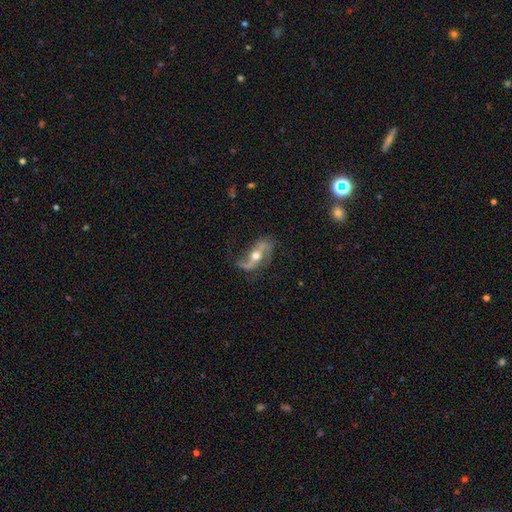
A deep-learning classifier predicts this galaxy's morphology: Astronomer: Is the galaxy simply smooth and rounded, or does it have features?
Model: featured or disk — 85%.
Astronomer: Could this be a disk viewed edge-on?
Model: no — 90%.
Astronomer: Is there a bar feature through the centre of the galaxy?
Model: strong — 38% (runner-up: no, 34%).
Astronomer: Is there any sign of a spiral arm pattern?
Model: yes — 93%.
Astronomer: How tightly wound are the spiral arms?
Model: loose — 75%.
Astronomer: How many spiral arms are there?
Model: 2 — 91%.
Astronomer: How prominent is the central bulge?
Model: moderate — 73%.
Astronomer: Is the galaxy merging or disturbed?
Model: none — 67%.